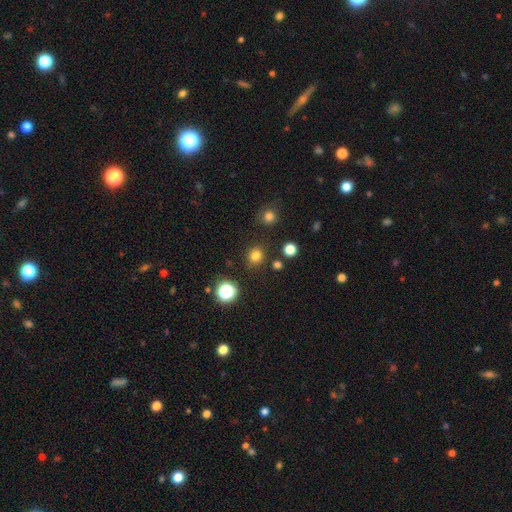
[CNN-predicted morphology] Q: Smooth or featured?
A: smooth (78%); runner-up: star or artifact (17%)
Q: How rounded?
A: round (85%); runner-up: in between (14%)
Q: Merging?
A: none (86%); runner-up: minor disturbance (8%)